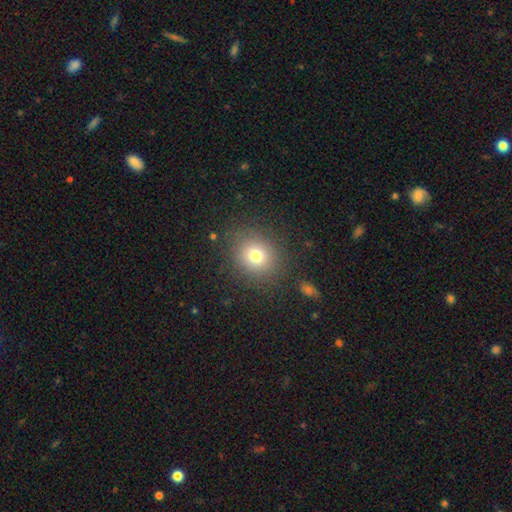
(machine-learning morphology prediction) smooth-or-featured: smooth: 75% | star or artifact: 15% | featured or disk: 10%
  how-rounded: round: 79% | in between: 20% | cigar-shaped: 1%
  merging: none: 86% | minor disturbance: 9% | major disturbance: 4% | merger: 2%